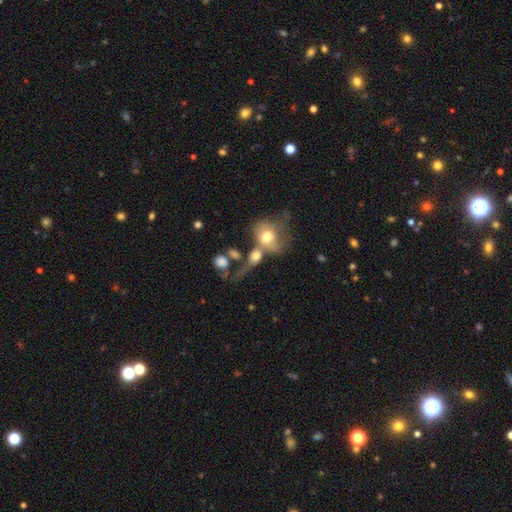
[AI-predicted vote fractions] Smooth or featured? smooth (61%)
How rounded? round (52%)
Merging? merger (51%)